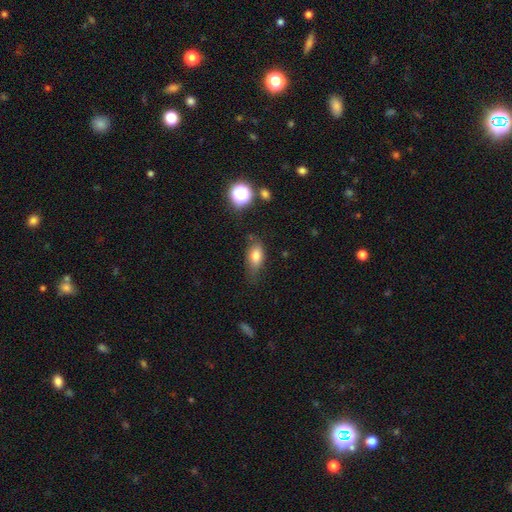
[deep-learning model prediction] The model was most divided on "merging": none: 63%, minor disturbance: 27%, major disturbance: 7%, merger: 3%. More confident: how rounded — in between (84%); smooth or featured — smooth (77%).